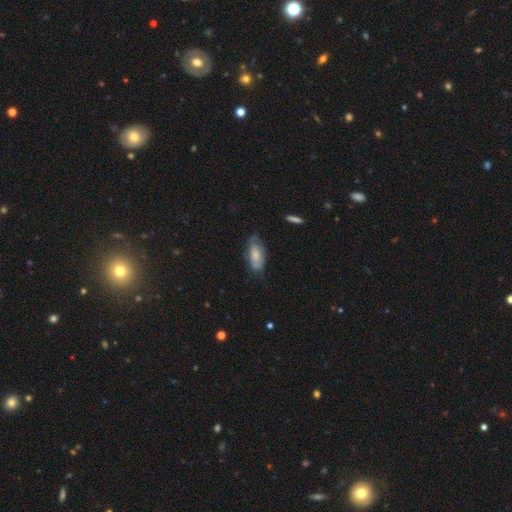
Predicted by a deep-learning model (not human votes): This appears to be a smooth galaxy with no disk features (66%) that is in between round and cigar-shaped (87%). Merging: none (56%).